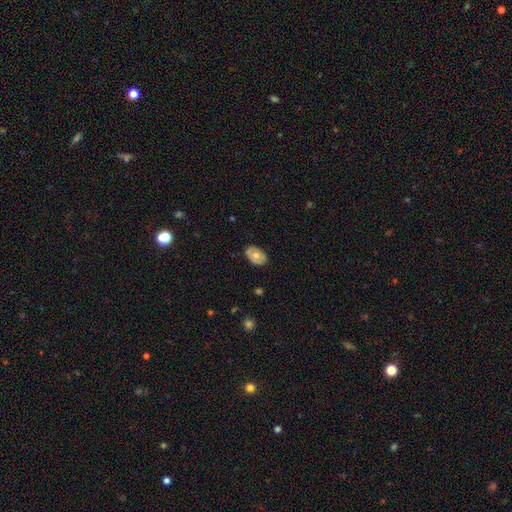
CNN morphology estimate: smooth_or_featured: smooth (p=0.50) [alt: featured or disk p=0.43]
how_rounded: in between (p=0.83) [alt: round p=0.16]
merging: none (p=0.77) [alt: minor disturbance p=0.18]